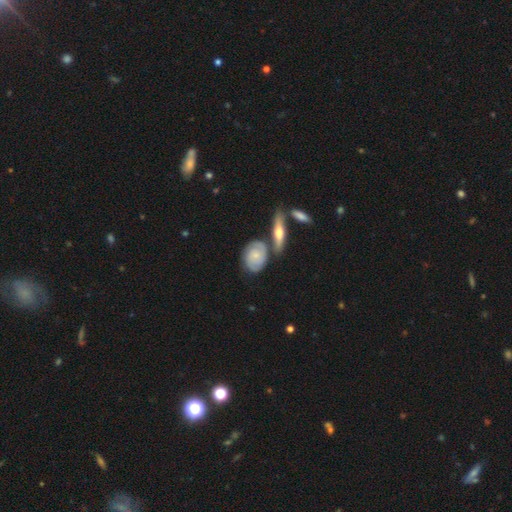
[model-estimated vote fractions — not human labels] smooth-or-featured: featured or disk: 62% | smooth: 32% | star or artifact: 6%
  disk-edge-on: no: 90% | yes: 10%
    bar: no: 78% | weak: 18% | strong: 4%
    has-spiral-arms: yes: 87% | no: 13%
    bulge-size: small: 68% | moderate: 22% | none: 6% | large: 2% | dominant: 1%
  merging: none: 62% | merger: 18% | minor disturbance: 16% | major disturbance: 5%